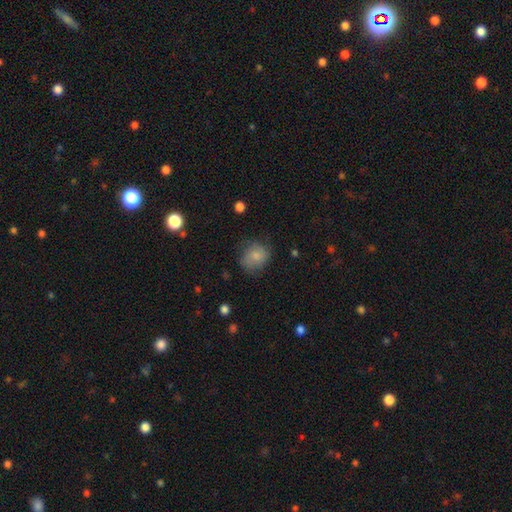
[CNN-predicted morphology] Smooth or featured?
  - smooth: 74% *
  - featured or disk: 17%
  - star or artifact: 9%
How rounded?
  - round: 68% *
  - in between: 31%
  - cigar-shaped: 1%
Merging?
  - none: 62% *
  - minor disturbance: 26%
  - major disturbance: 10%
  - merger: 2%